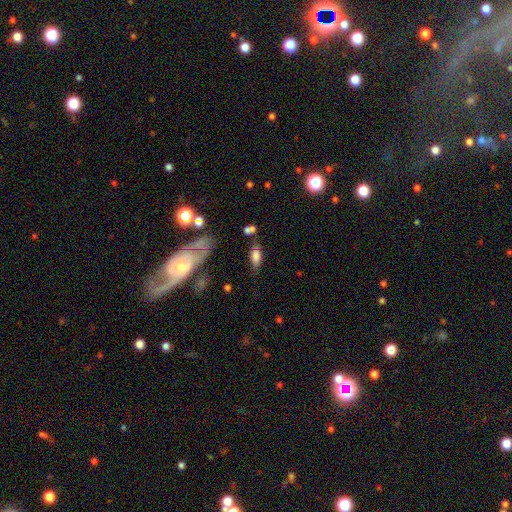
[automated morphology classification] Smooth or featured? smooth (76%)
How rounded? in between (85%)
Merging? none (63%)